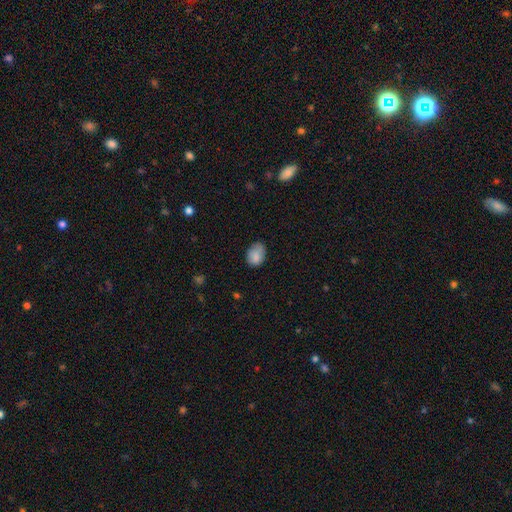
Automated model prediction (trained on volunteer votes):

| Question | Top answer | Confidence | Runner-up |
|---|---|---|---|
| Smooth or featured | smooth | 83% | featured or disk (9%) |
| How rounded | in between | 76% | round (23%) |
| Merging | none | 61% | minor disturbance (31%) |